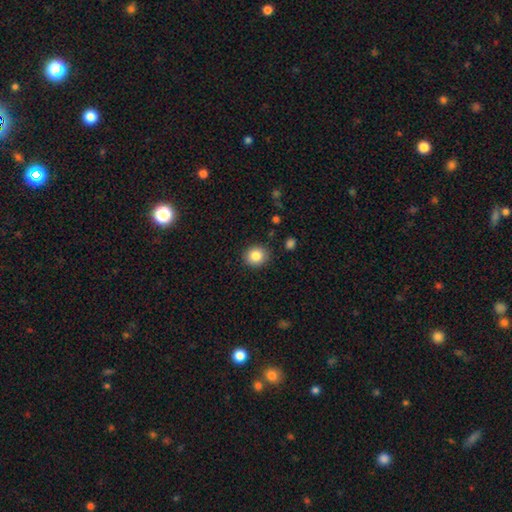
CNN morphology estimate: Smooth or featured? smooth (84%)
How rounded? round (81%)
Merging? none (89%)